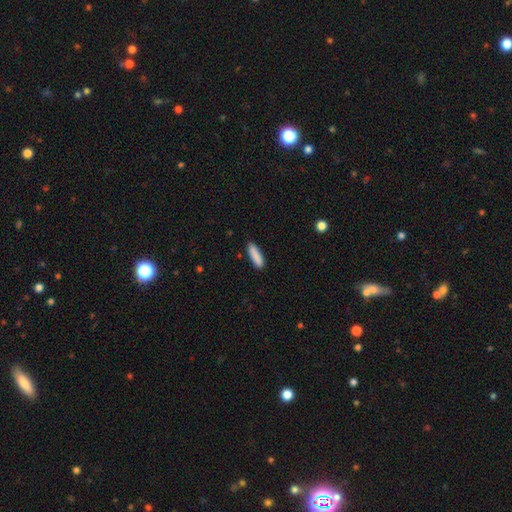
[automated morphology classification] Smooth or featured? Predicted: smooth (p=0.89). How rounded? Predicted: cigar-shaped (p=0.63). Merging? Predicted: none (p=0.87).